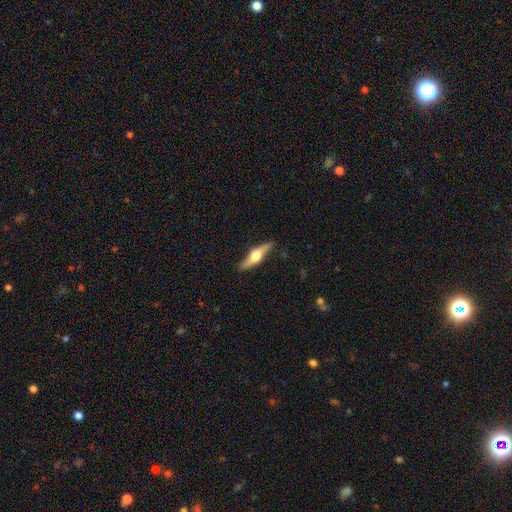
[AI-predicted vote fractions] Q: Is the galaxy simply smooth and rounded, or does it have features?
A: featured or disk — 63%.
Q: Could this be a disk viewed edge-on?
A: yes — 94%.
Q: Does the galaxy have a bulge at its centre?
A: rounded — 95%.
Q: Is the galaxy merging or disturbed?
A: none — 87%.